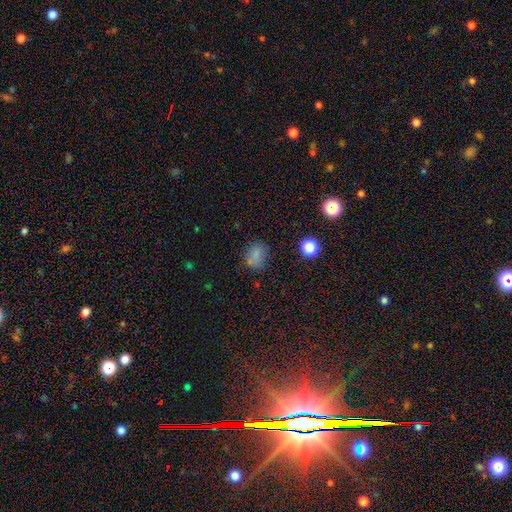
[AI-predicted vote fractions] This appears to be a smooth galaxy with no disk features (74%) that is in between round and cigar-shaped (54%). Merging: none (69%).